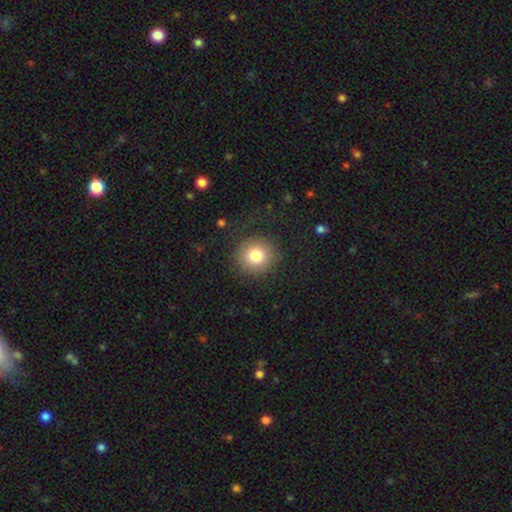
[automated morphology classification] A smooth galaxy with no disk features (79%) that is round (90%). Merging: none (83%).